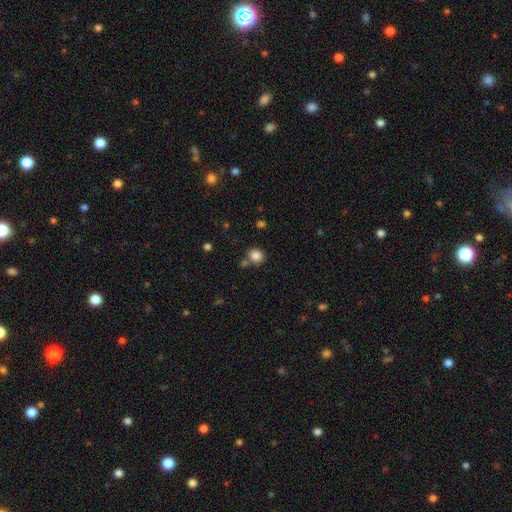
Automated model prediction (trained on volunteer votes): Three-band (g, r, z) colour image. It shows a smooth galaxy with no disk features (85%) that is round (82%). Merging: none (73%).